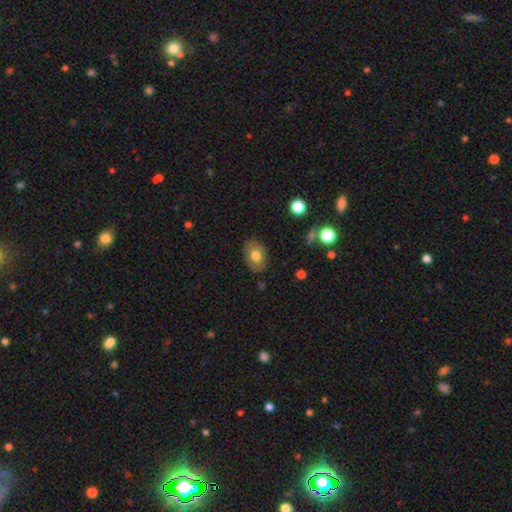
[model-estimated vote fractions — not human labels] Q: Smooth or featured?
A: smooth (71%); runner-up: featured or disk (21%)
Q: How rounded?
A: in between (79%); runner-up: round (20%)
Q: Merging?
A: none (84%); runner-up: minor disturbance (12%)